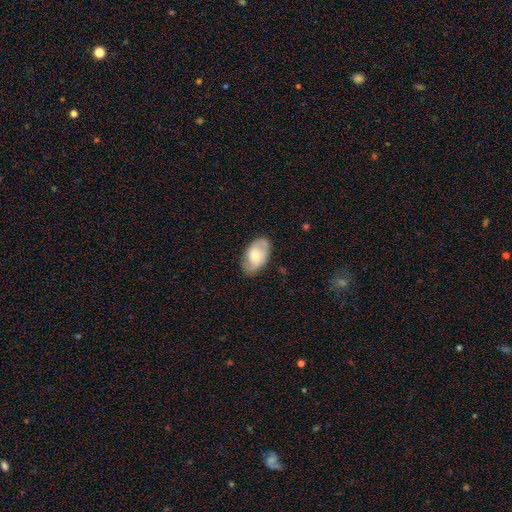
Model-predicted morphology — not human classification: smooth_or_featured: featured or disk (p=0.48) [alt: smooth p=0.46]
merging: none (p=0.81) [alt: minor disturbance p=0.15]